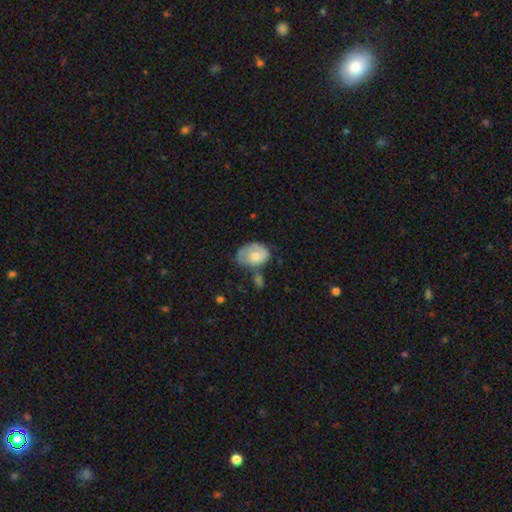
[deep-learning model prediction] A smooth galaxy with no disk features (67%) that is in between round and cigar-shaped (77%).

Vote fractions:
- Smooth or featured? smooth: 67% / featured or disk: 27% / star or artifact: 6%
- How rounded? in between: 77% / round: 22% / cigar-shaped: 1%
- Merging? minor disturbance: 34% / none: 32% / major disturbance: 19% / merger: 15%